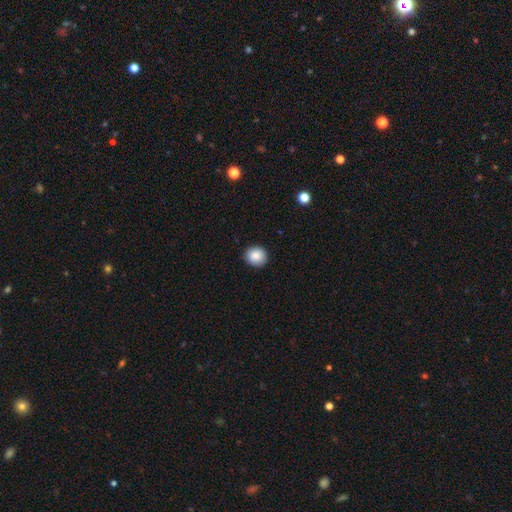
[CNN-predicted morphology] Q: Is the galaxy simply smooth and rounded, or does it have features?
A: smooth — 88%.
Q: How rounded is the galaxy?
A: round — 86%.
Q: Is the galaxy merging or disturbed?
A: none — 89%.